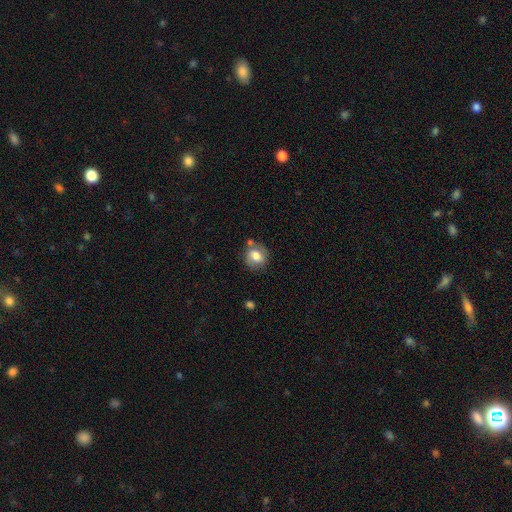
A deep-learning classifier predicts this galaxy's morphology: Smooth or featured? smooth (74%)
How rounded? round (69%)
Merging? none (67%)